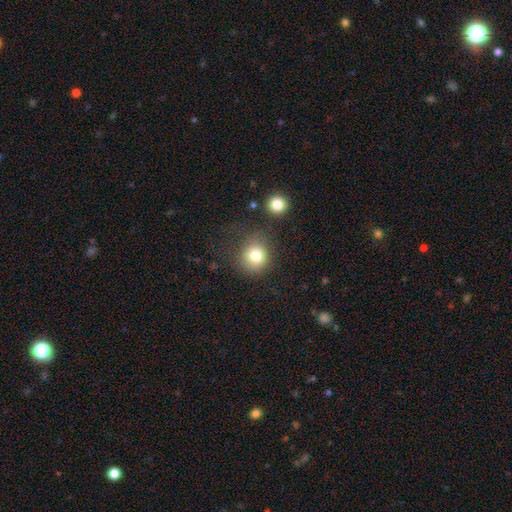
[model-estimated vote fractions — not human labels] smooth 79%, star or artifact 12%, featured or disk 9%. Down the decision tree: how rounded — round (85%); merging — none (68%).